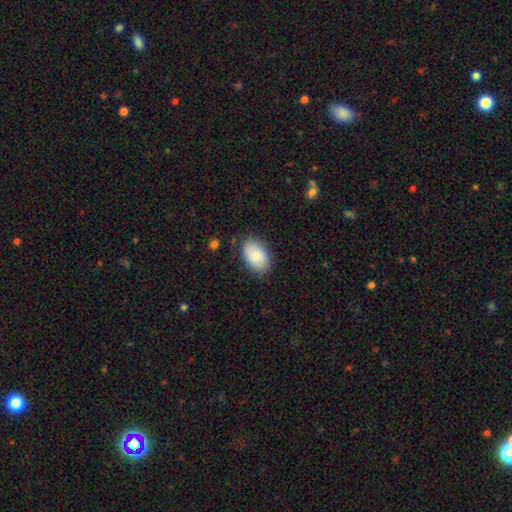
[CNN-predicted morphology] Q: Smooth or featured?
A: smooth (79%); runner-up: featured or disk (15%)
Q: How rounded?
A: in between (90%); runner-up: round (9%)
Q: Merging?
A: none (80%); runner-up: minor disturbance (15%)